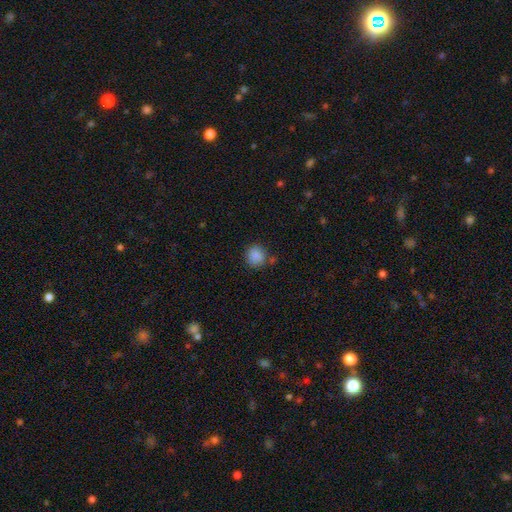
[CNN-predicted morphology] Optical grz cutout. It shows a smooth galaxy with no disk features (87%) that is round (87%). Merging: none (80%).